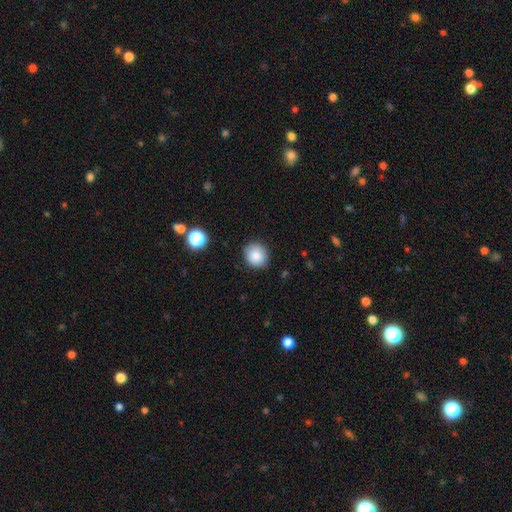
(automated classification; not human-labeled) Smooth or featured? smooth (86%)
How rounded? round (85%)
Merging? none (86%)